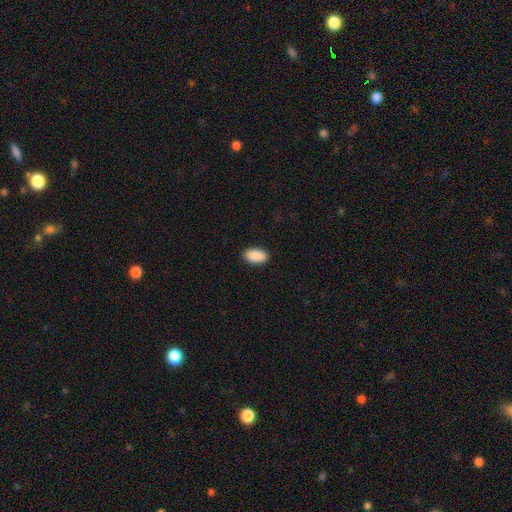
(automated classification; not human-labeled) Q: Smooth or featured?
A: smooth (91%); runner-up: star or artifact (7%)
Q: How rounded?
A: in between (94%); runner-up: round (4%)
Q: Merging?
A: none (89%); runner-up: minor disturbance (8%)